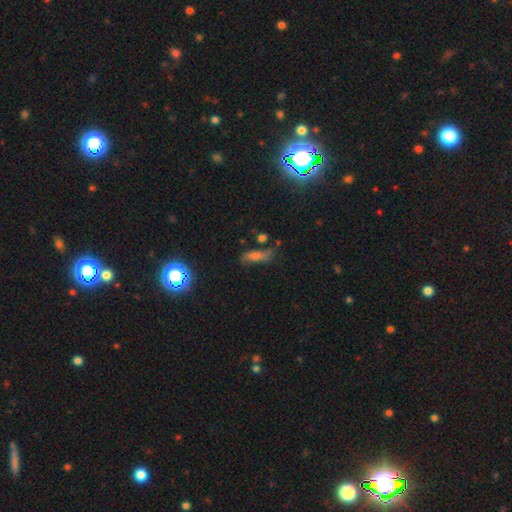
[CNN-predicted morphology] smooth_or_featured: smooth (p=0.41) [alt: star or artifact p=0.33]
merging: none (p=0.60) [alt: minor disturbance p=0.21]